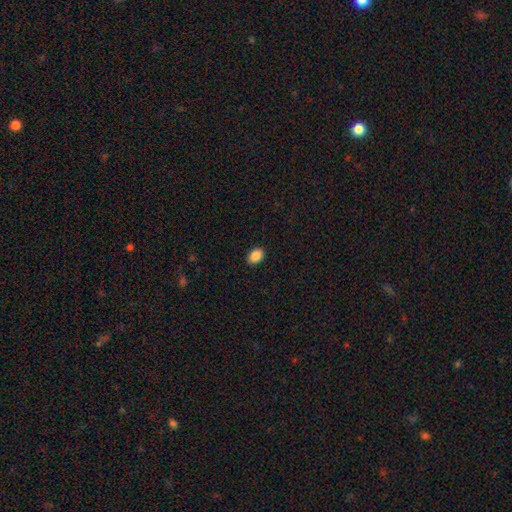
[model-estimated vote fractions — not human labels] A smooth galaxy with no disk features (88%) that is in between round and cigar-shaped (78%). Merging: none (90%).